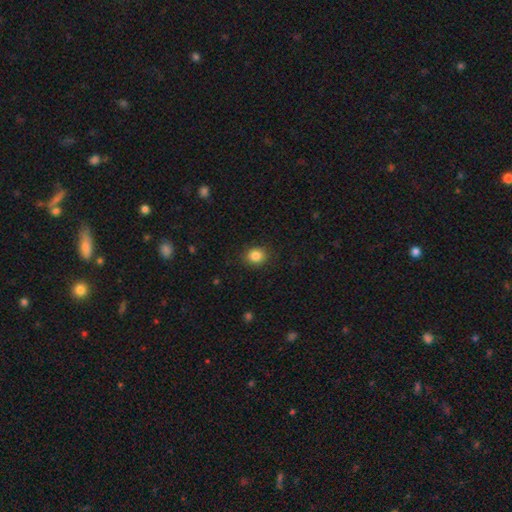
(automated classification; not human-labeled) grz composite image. It shows a smooth galaxy with no disk features (86%) that is round (70%). Merging: none (89%).